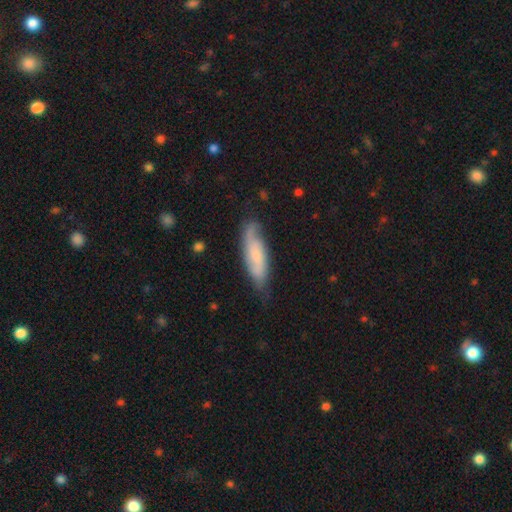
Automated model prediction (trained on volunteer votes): smooth-or-featured: featured or disk: 49% | smooth: 45% | star or artifact: 6%
  merging: none: 67% | minor disturbance: 25% | major disturbance: 6% | merger: 2%